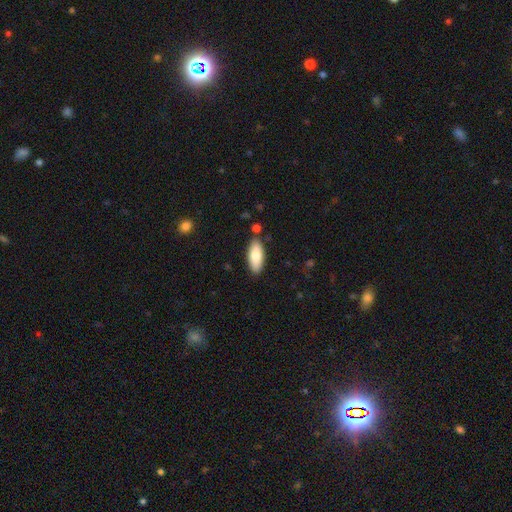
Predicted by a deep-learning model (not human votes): Overall: smooth (81%). How rounded: in between (80%). Merging: none (85%).